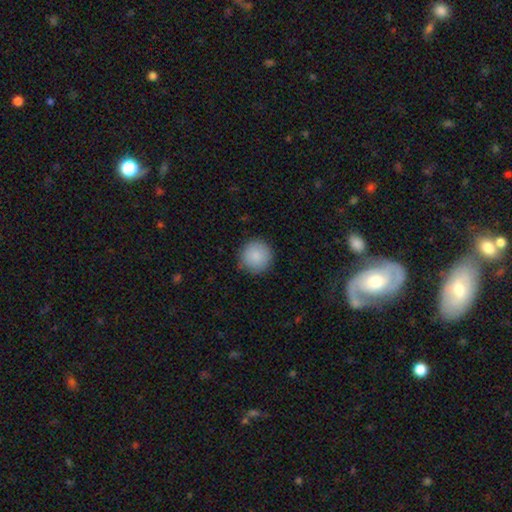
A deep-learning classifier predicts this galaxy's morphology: Overall: smooth (88%). How rounded: round (95%). Merging: none (88%).